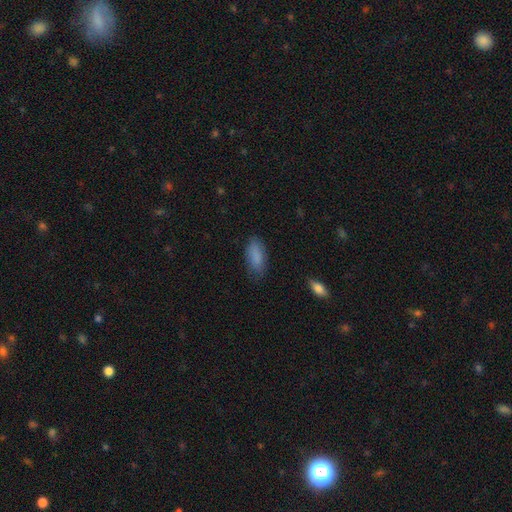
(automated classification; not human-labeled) Smooth or featured: smooth — 86% (featured or disk — 7%)
How rounded: in between — 84% (cigar-shaped — 14%)
Merging: none — 76% (minor disturbance — 19%)